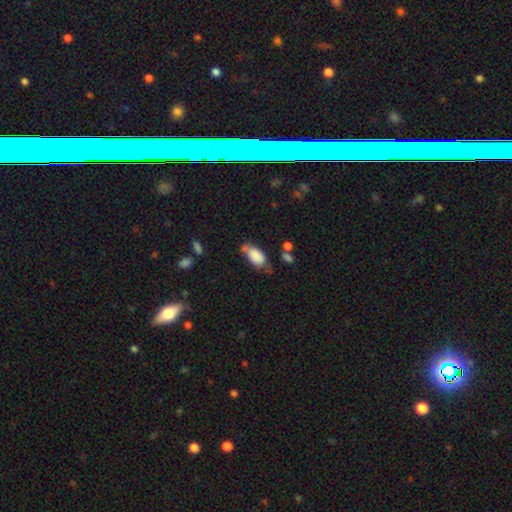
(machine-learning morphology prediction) A smooth galaxy with no disk features (79%) that is in between round and cigar-shaped (91%).

Vote fractions:
- Smooth or featured? smooth: 79% / featured or disk: 14% / star or artifact: 8%
- How rounded? in between: 91% / cigar-shaped: 6% / round: 4%
- Merging? none: 42% / minor disturbance: 30% / merger: 14% / major disturbance: 13%